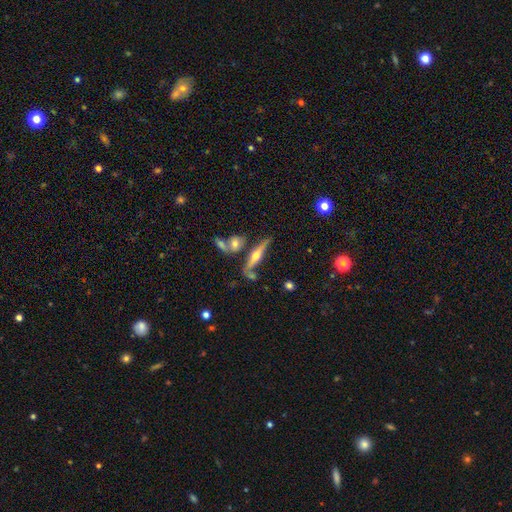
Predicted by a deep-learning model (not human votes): Overall: featured or disk (65%; smooth 29%). Edge-on disk: yes (93%). Edge-on bulge: rounded (90%). Merging: none (64%).